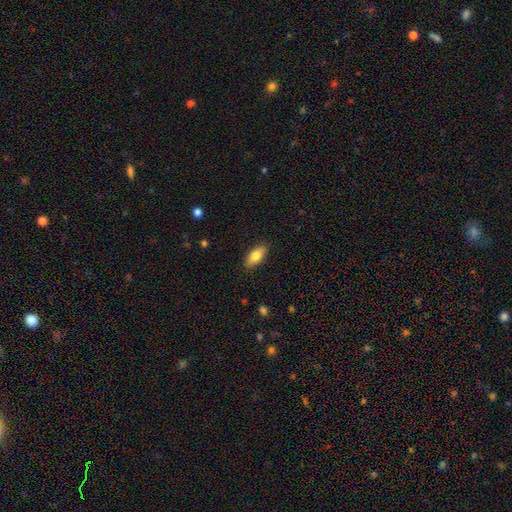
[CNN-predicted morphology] Smooth or featured: smooth — 76% (featured or disk — 17%)
How rounded: in between — 83% (cigar-shaped — 14%)
Merging: none — 88% (minor disturbance — 9%)